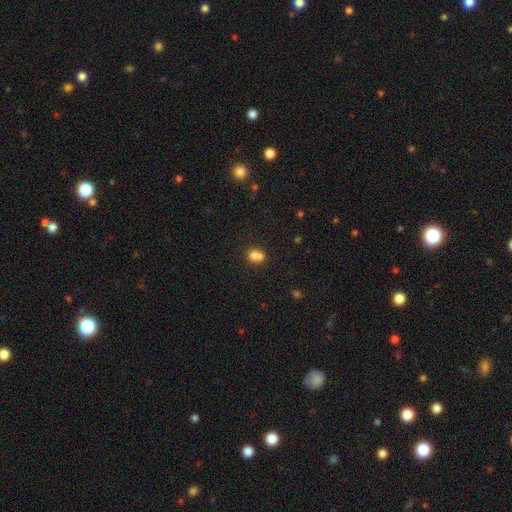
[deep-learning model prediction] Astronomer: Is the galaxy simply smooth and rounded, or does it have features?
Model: smooth — 74%.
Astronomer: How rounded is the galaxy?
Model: round — 58% (runner-up: in between, 41%).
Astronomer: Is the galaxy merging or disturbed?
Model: merger — 52% (runner-up: none, 33%).